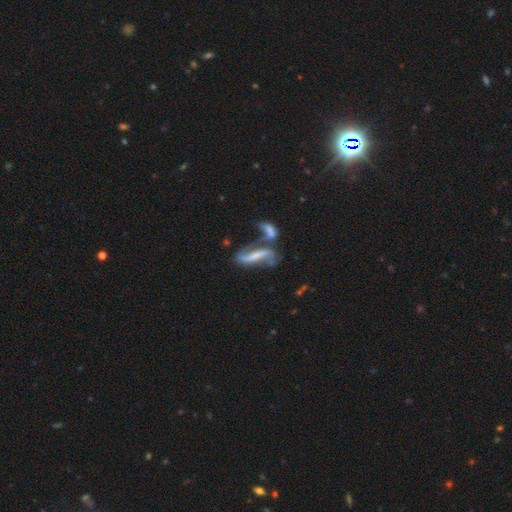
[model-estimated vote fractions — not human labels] A featured or disk galaxy (66%) with a strong bar (47%), spiral arms (77%) and no central bulge (38%).

Vote fractions:
- Smooth or featured? featured or disk: 66% / smooth: 25% / star or artifact: 8%
- Edge-on disk? no: 78% / yes: 22%
- Bar? strong: 47% / weak: 28% / no: 25%
- Spiral arms? yes: 77% / no: 23%
- Bulge size? none: 38% / small: 32% / moderate: 22% / large: 6% / dominant: 2%
- Merging? merger: 44% / none: 28% / minor disturbance: 14% / major disturbance: 14%